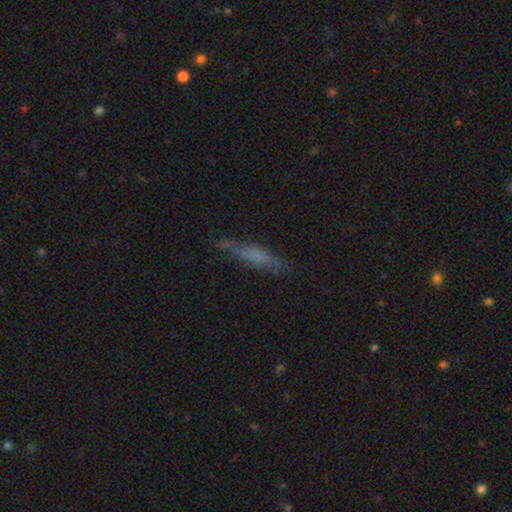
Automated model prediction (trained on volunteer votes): smooth 53%, featured or disk 36%, star or artifact 11%. Down the decision tree: how rounded — cigar-shaped (80%); merging — none (66%).